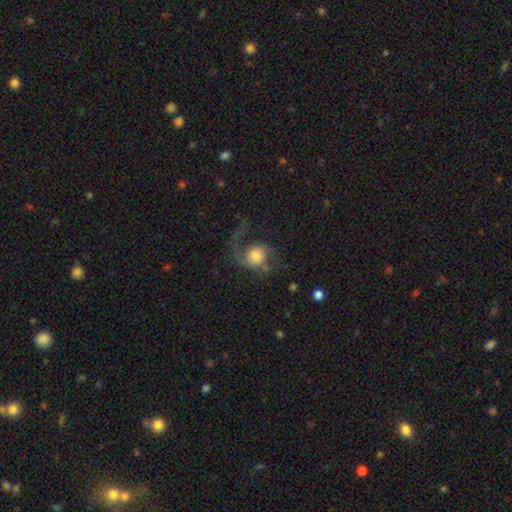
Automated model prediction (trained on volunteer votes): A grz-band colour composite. It shows a featured or disk galaxy (61%) with no bar (73%), 2 (56%) loose (62%) spiral arms (90%) and a moderate central bulge (35%). Merging: none (41%).